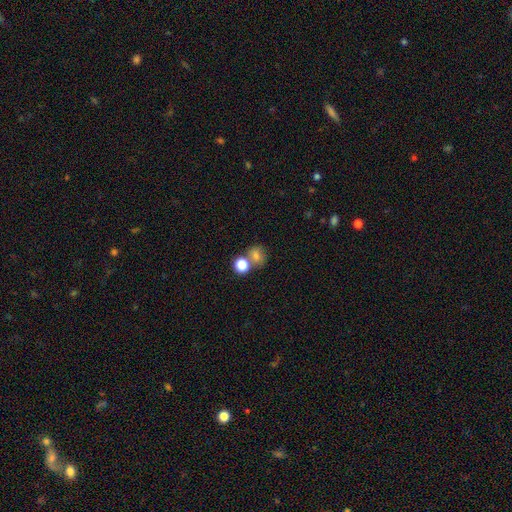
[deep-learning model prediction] This is likely a smooth galaxy (76%). How rounded: likely round (67%). Merging: possibly none (51%).